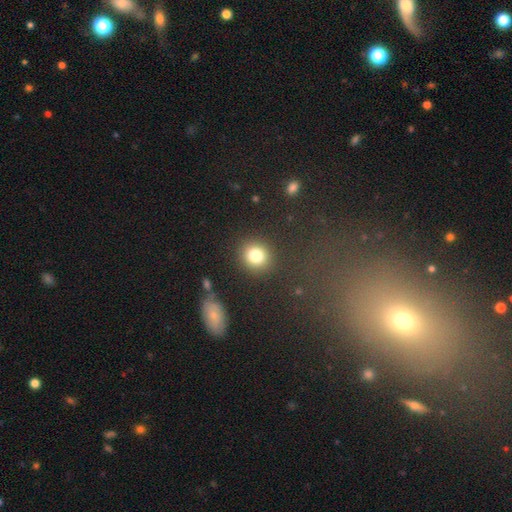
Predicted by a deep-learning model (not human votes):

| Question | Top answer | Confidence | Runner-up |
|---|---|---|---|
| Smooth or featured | smooth | 81% | star or artifact (11%) |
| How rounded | round | 85% | in between (14%) |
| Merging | none | 86% | minor disturbance (8%) |